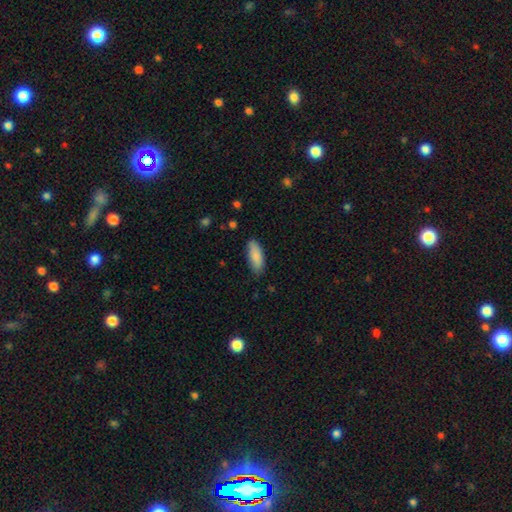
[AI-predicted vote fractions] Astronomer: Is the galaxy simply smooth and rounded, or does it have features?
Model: smooth — 86%.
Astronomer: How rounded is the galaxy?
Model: in between — 70%.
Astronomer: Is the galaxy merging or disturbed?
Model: none — 80%.